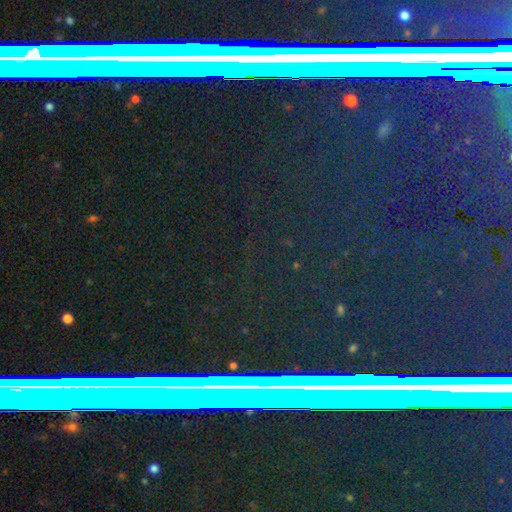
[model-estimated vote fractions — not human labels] smooth_or_featured: star or artifact (p=0.75) [alt: smooth p=0.13]